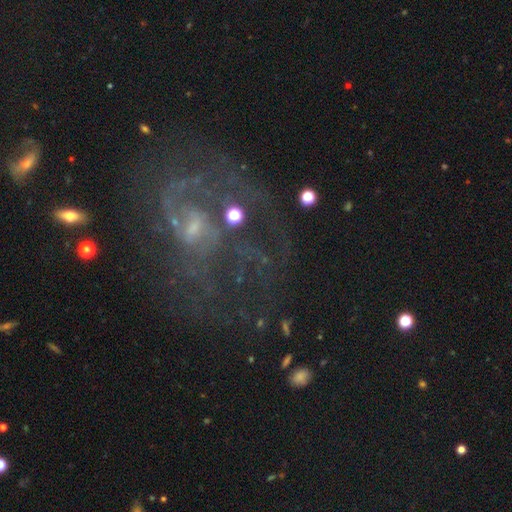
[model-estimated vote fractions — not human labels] The model was most divided on "merging": none: 40%, major disturbance: 34%, minor disturbance: 16%, merger: 10%. More confident: edge-on disk — no (97%); smooth or featured — featured or disk (70%); spiral arms — yes (70%); bar — no (62%); bulge size — small (55%).